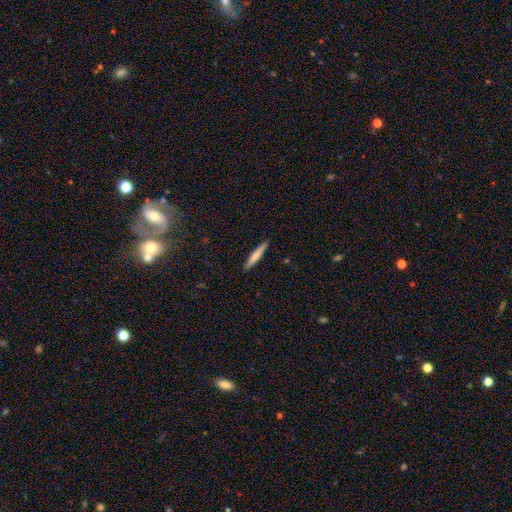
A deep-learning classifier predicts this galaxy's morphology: smooth-or-featured: smooth: 70% | featured or disk: 25% | star or artifact: 5%
  how-rounded: cigar-shaped: 93% | in between: 5% | round: 1%
  merging: none: 90% | minor disturbance: 7% | major disturbance: 1% | merger: 1%